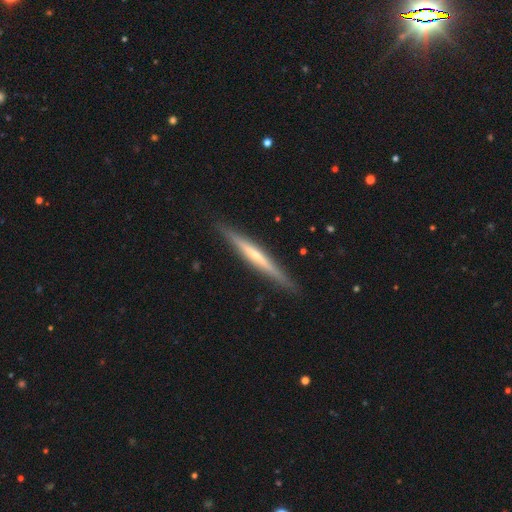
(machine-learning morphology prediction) This appears to be a featured or disk galaxy (66%) viewed edge-on (97%) with no central bulge (54%). Merging: none (90%).